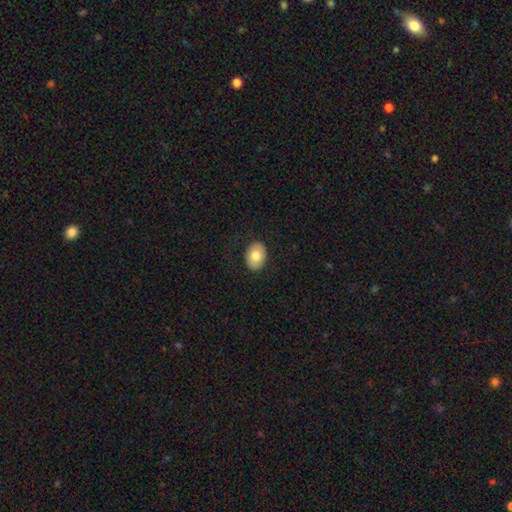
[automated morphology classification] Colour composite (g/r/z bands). It shows a smooth galaxy with no disk features (79%) that is in between round and cigar-shaped (74%). Merging: none (87%).